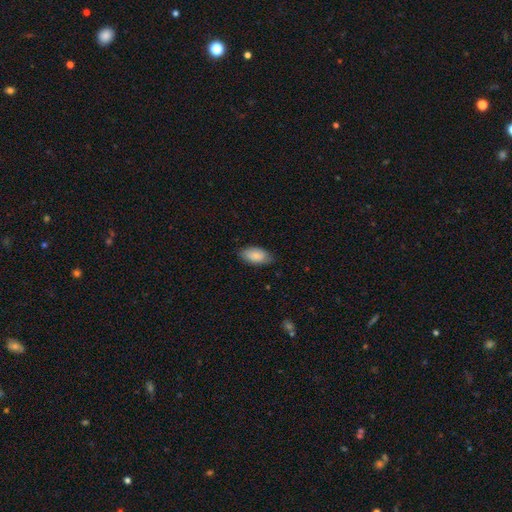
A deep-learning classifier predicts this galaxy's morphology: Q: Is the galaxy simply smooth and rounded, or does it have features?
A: smooth — 86%.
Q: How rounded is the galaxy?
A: in between — 94%.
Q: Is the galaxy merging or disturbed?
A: none — 80%.